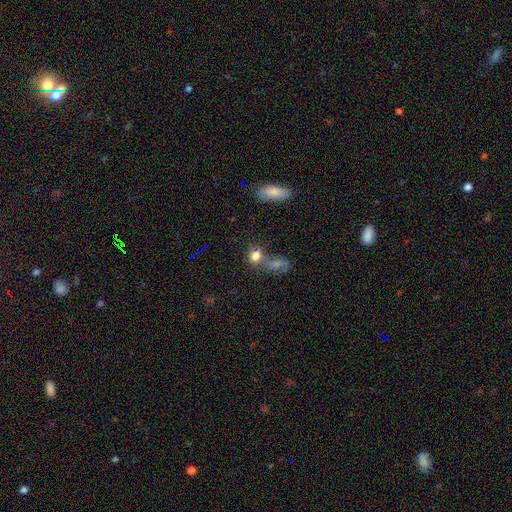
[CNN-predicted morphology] smooth-or-featured: smooth: 73% | star or artifact: 17% | featured or disk: 10%
  how-rounded: round: 74% | in between: 23% | cigar-shaped: 3%
  merging: none: 46% | merger: 35% | minor disturbance: 12% | major disturbance: 7%